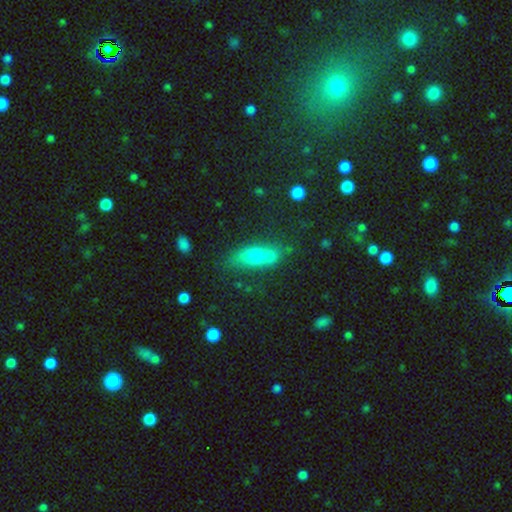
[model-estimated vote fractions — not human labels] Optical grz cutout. It shows a smooth galaxy with no disk features (65%) that is in between round and cigar-shaped (62%). Merging: none (42%).